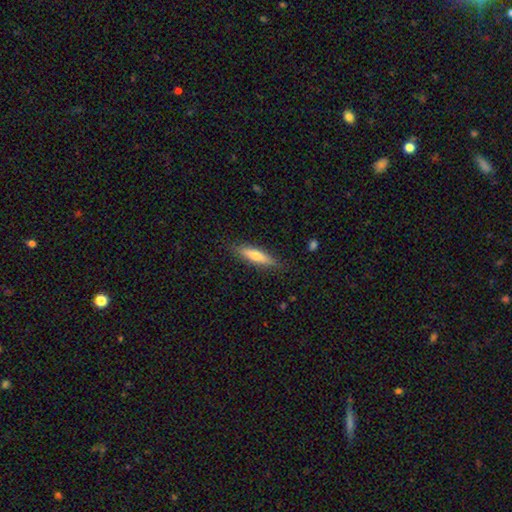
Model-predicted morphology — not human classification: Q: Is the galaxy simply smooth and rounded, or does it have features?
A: smooth — 60%.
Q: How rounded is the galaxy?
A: cigar-shaped — 77%.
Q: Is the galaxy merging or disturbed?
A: none — 86%.